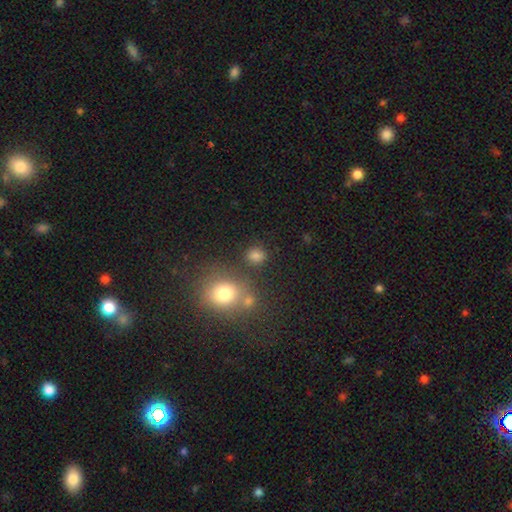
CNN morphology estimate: Overall: smooth (78%). How rounded: round (72%). Merging: none (76%).